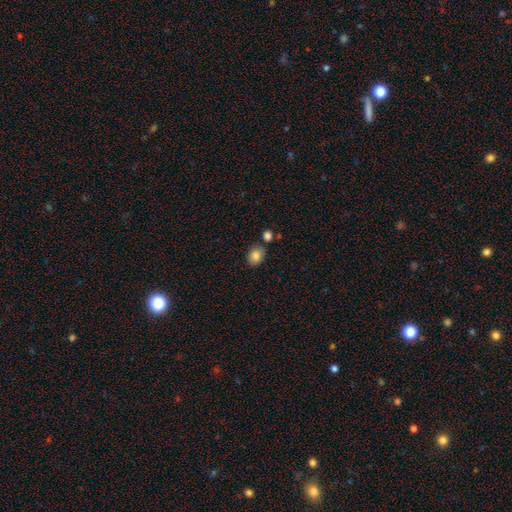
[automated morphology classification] smooth_or_featured: smooth (p=0.84) [alt: star or artifact p=0.09]
how_rounded: in between (p=0.57) [alt: round p=0.42]
merging: none (p=0.77) [alt: minor disturbance p=0.11]